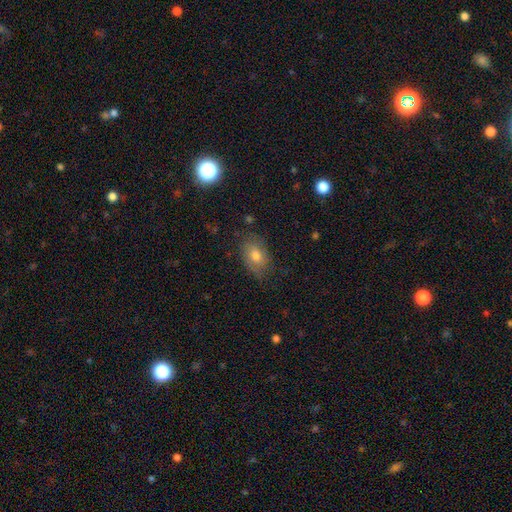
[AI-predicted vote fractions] This is likely a smooth galaxy (66%). How rounded: clearly in between (81%). Merging: likely none (73%).